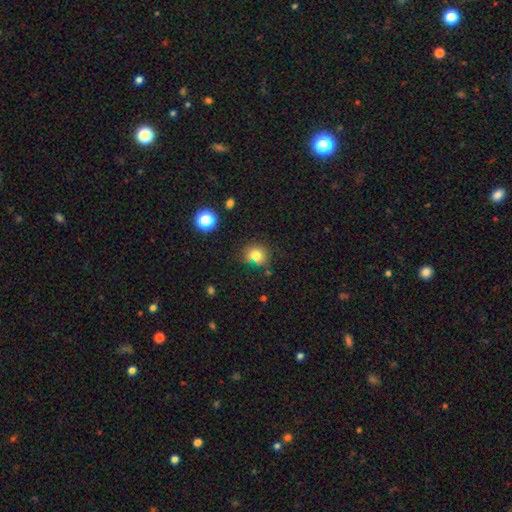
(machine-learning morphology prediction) Smooth or featured? Predicted: smooth (p=0.80). How rounded? Predicted: round (p=0.73). Merging? Predicted: none (p=0.71).